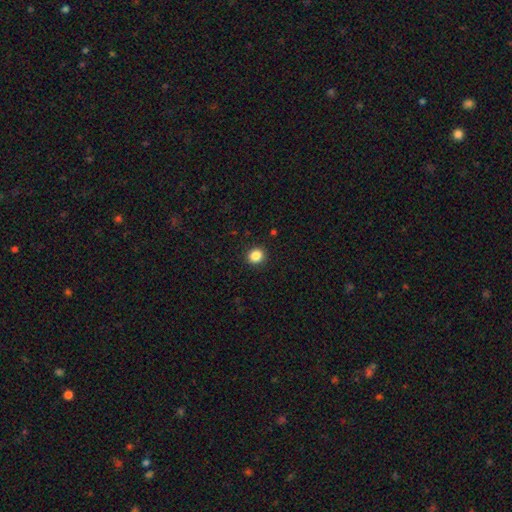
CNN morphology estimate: Smooth or featured: smooth — 86% (star or artifact — 11%)
How rounded: round — 81% (in between — 18%)
Merging: none — 91% (minor disturbance — 6%)